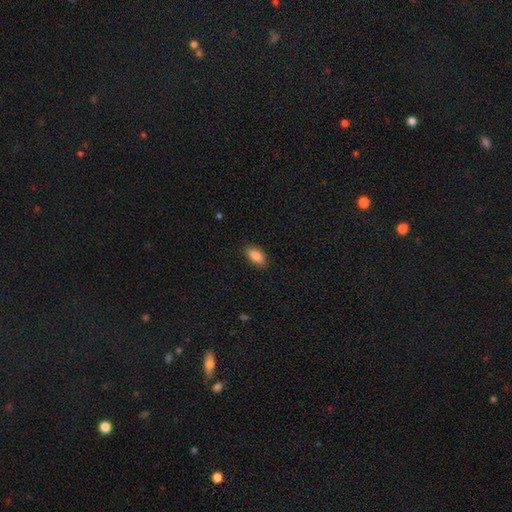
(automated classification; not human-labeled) smooth-or-featured: smooth: 87% | star or artifact: 7% | featured or disk: 6%
  how-rounded: in between: 91% | cigar-shaped: 6% | round: 3%
  merging: none: 87% | minor disturbance: 10% | major disturbance: 2% | merger: 1%